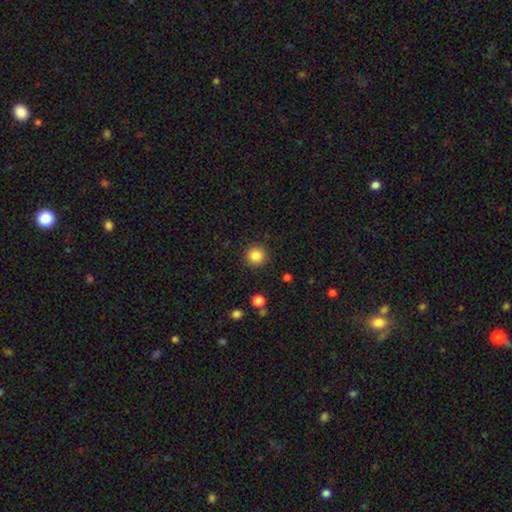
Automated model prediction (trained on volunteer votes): Q: Smooth or featured?
A: smooth (85%); runner-up: star or artifact (10%)
Q: How rounded?
A: round (95%); runner-up: in between (5%)
Q: Merging?
A: none (91%); runner-up: minor disturbance (6%)